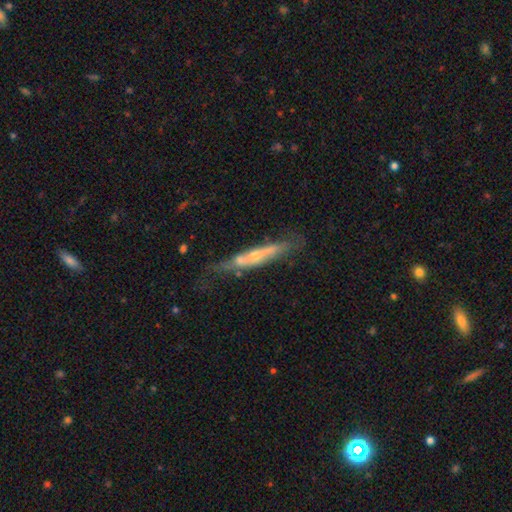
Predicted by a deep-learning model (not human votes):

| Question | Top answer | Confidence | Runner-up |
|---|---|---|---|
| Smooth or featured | featured or disk | 63% | smooth (31%) |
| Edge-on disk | yes | 78% | no (22%) |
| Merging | none | 54% | minor disturbance (27%) |